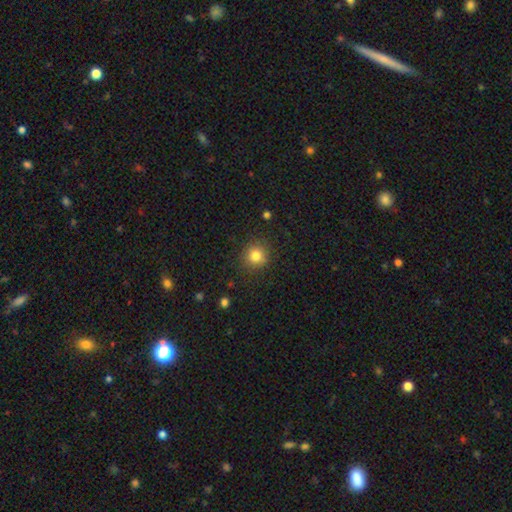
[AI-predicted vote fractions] Smooth or featured?
  - smooth: 82% *
  - star or artifact: 12%
  - featured or disk: 6%
How rounded?
  - round: 90% *
  - in between: 9%
  - cigar-shaped: 1%
Merging?
  - none: 87% *
  - minor disturbance: 9%
  - major disturbance: 3%
  - merger: 1%